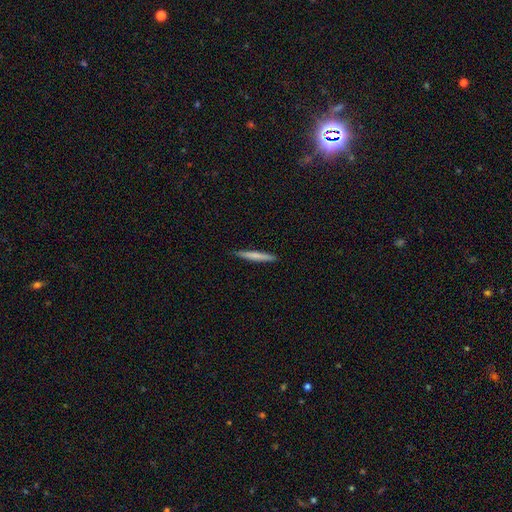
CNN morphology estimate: Smooth or featured? smooth (70%)
How rounded? cigar-shaped (96%)
Merging? none (90%)